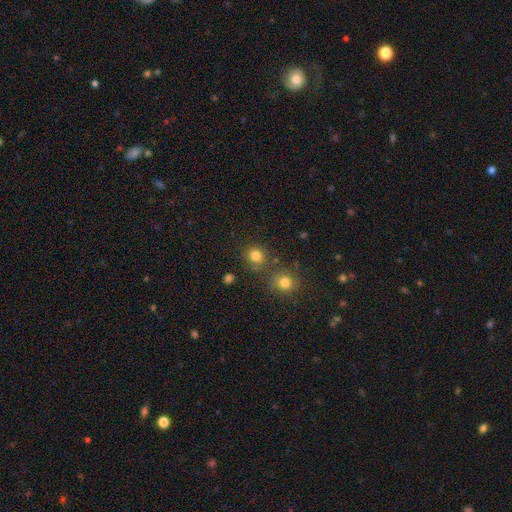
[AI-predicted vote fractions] A smooth galaxy with no disk features (80%) that is round (87%). Merging: none (75%).